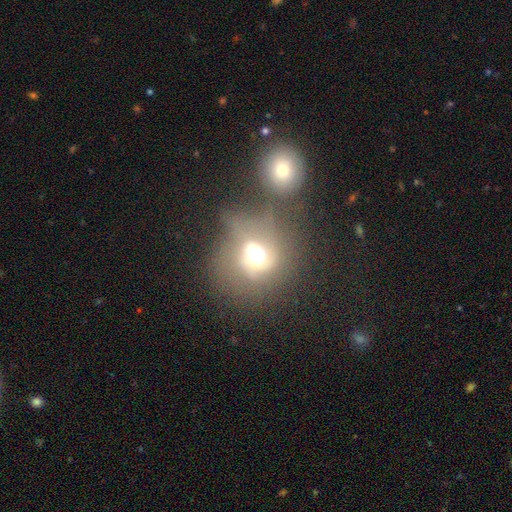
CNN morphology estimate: A featured or disk galaxy (44%).

Vote fractions:
- Smooth or featured? featured or disk: 44% / smooth: 42% / star or artifact: 14%
- Merging? merger: 33% (tied) / none: 33% (tied) / major disturbance: 19% / minor disturbance: 14%